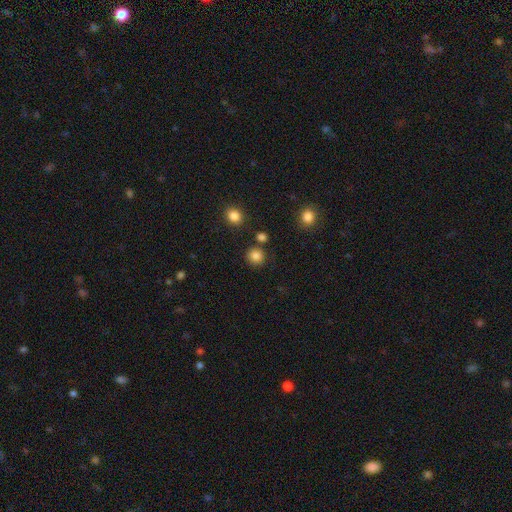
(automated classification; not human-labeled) Smooth or featured?
  - smooth: 84% *
  - star or artifact: 11%
  - featured or disk: 4%
How rounded?
  - round: 90% *
  - in between: 9%
  - cigar-shaped: 1%
Merging?
  - none: 84% *
  - minor disturbance: 8%
  - merger: 6%
  - major disturbance: 3%